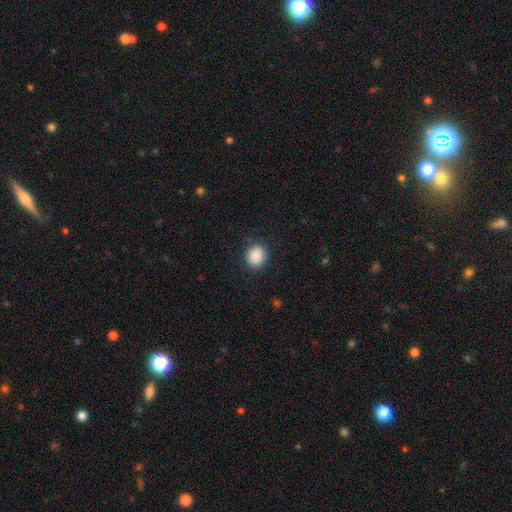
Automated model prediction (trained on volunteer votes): This is clearly a smooth galaxy (89%). How rounded: likely round (75%). Merging: clearly none (88%).